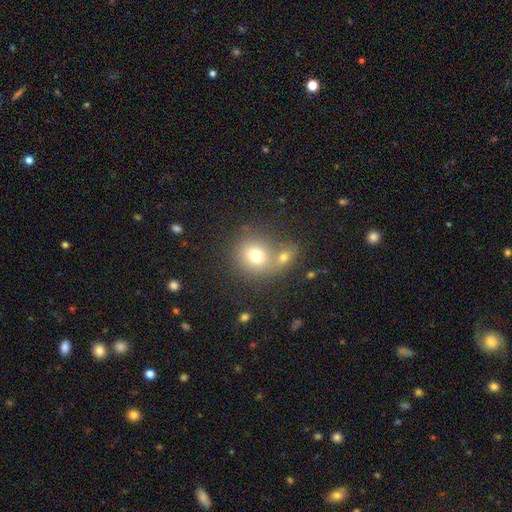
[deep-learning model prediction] Smooth or featured? smooth (73%)
How rounded? round (78%)
Merging? none (49%)